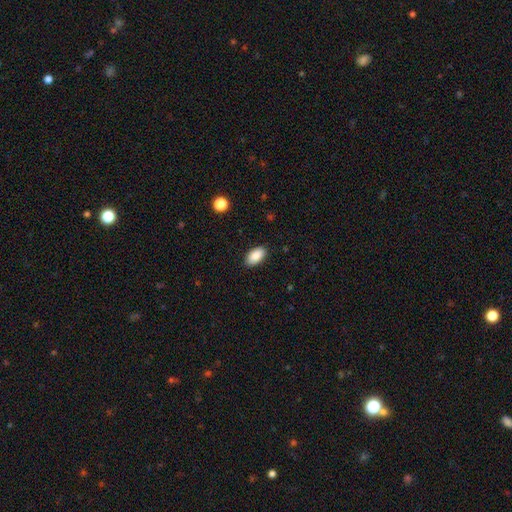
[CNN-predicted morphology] Overall: smooth (89%). How rounded: in between (94%). Merging: none (89%).